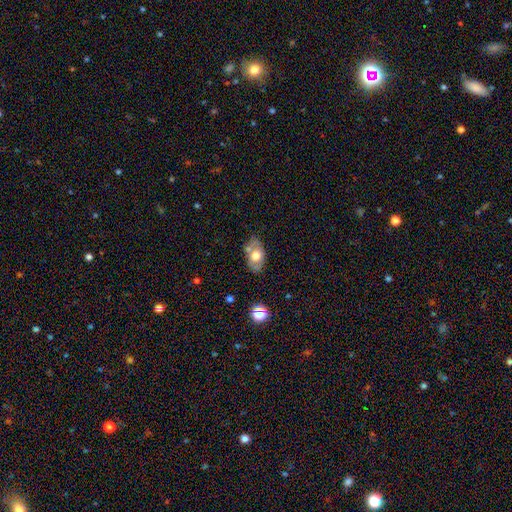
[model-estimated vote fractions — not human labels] Smooth or featured: smooth — 57% (featured or disk — 36%)
How rounded: in between — 88% (round — 11%)
Merging: none — 70% (minor disturbance — 18%)